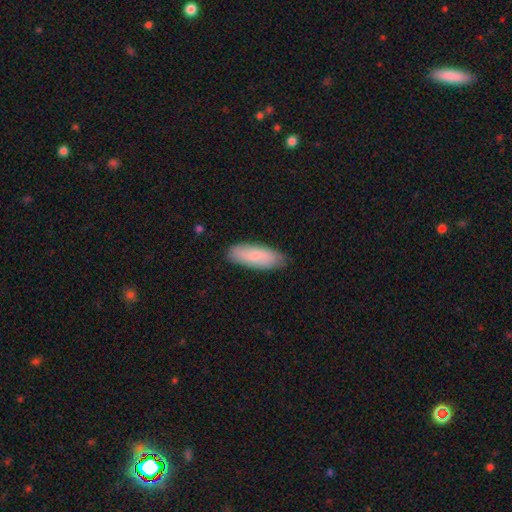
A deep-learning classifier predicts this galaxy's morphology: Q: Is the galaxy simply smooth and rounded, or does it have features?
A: smooth — 80%.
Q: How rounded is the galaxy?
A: in between — 65%.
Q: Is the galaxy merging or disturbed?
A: none — 84%.